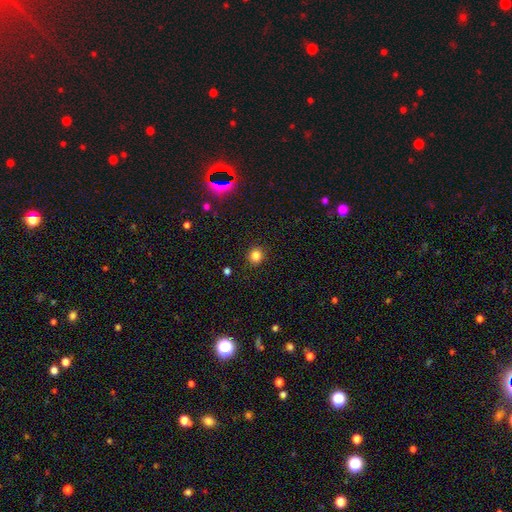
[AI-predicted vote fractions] This is clearly a smooth galaxy (83%). How rounded: clearly round (87%). Merging: clearly none (90%).